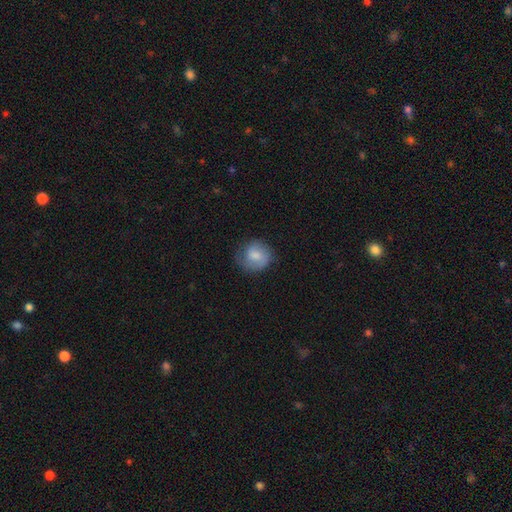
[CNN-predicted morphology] smooth 72%, featured or disk 21%, star or artifact 7%. Down the decision tree: how rounded — round (82%); merging — none (68%).